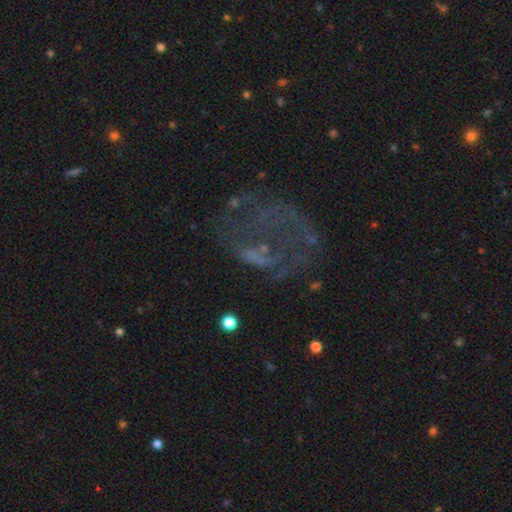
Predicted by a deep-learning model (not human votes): smooth_or_featured: featured or disk (p=0.55) [alt: star or artifact p=0.24]
disk_edge_on: no (p=0.97) [alt: yes p=0.03]
bar: no (p=0.86) [alt: weak p=0.10]
has_spiral_arms: no (p=0.78) [alt: yes p=0.22]
bulge_size: none (p=0.68) [alt: small p=0.19]
merging: major disturbance (p=0.46) [alt: none p=0.33]